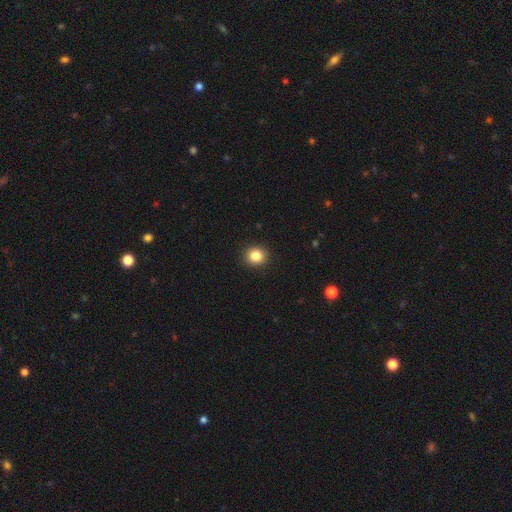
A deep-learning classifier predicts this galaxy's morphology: A smooth galaxy with no disk features (84%) that is round (89%).

Vote fractions:
- Smooth or featured? smooth: 84% / star or artifact: 11% / featured or disk: 5%
- How rounded? round: 89% / in between: 10% / cigar-shaped: 1%
- Merging? none: 92% / minor disturbance: 5% / major disturbance: 2% / merger: 1%